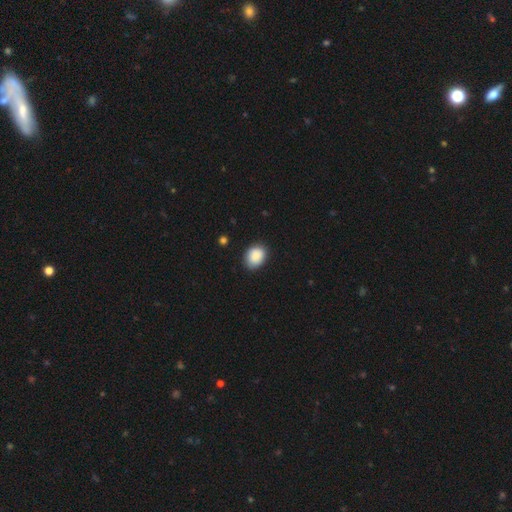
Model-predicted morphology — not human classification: A smooth galaxy with no disk features (89%) that is in between round and cigar-shaped (63%). Merging: none (82%).